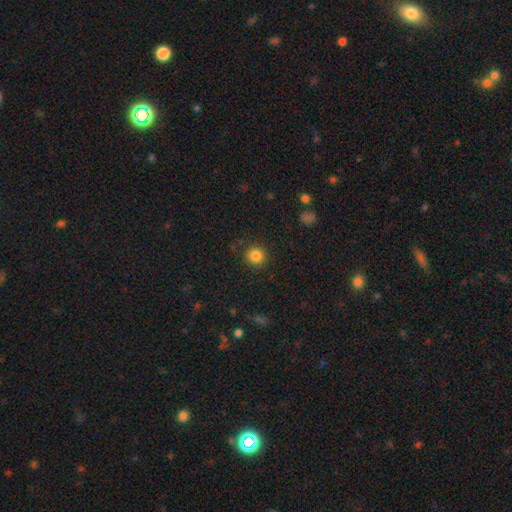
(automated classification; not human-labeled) Overall: smooth (84%). How rounded: round (92%). Merging: none (86%).